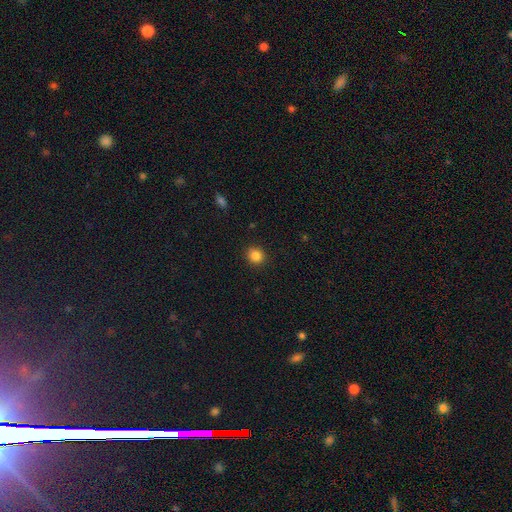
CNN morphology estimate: A smooth galaxy with no disk features (85%) that is round (85%). Merging: none (90%).